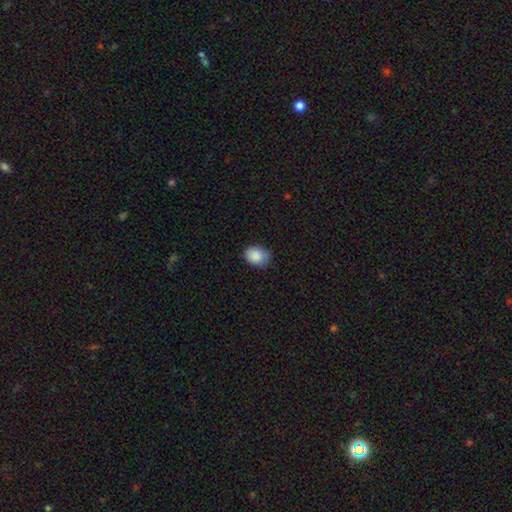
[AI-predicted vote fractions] A smooth galaxy with no disk features (88%) that is in between round and cigar-shaped (63%). Merging: none (68%).